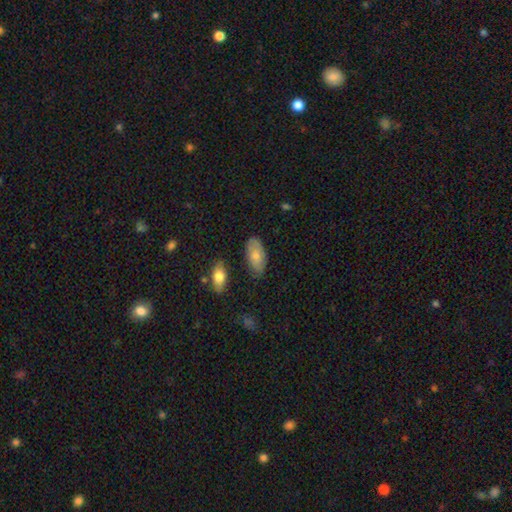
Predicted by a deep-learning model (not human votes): This is likely a smooth galaxy (75%). How rounded: clearly in between (93%). Merging: likely none (76%).